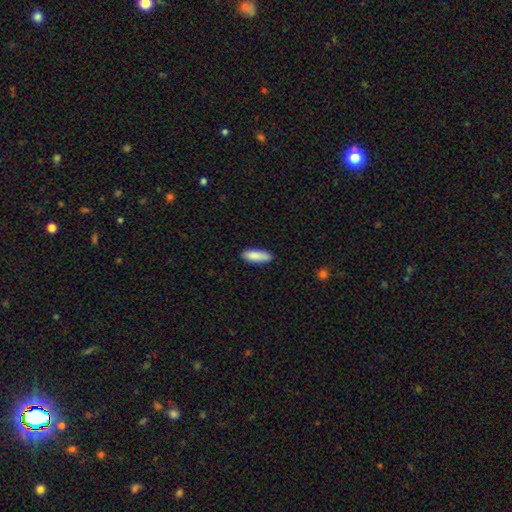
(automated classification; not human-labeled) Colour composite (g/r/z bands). It shows a smooth galaxy with no disk features (88%) that is in between round and cigar-shaped (60%). Merging: none (87%).